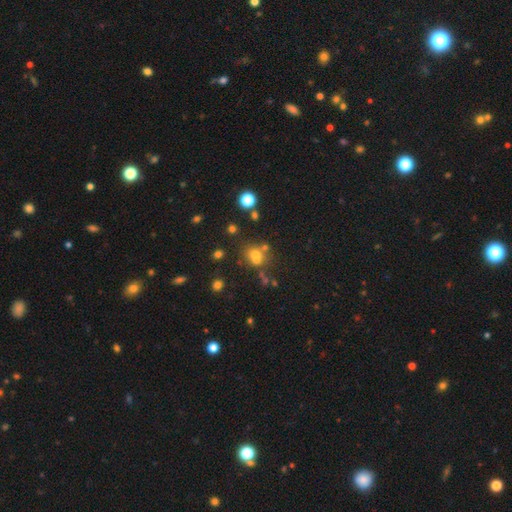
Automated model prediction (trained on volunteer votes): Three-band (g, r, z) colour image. It shows a smooth galaxy with no disk features (60%) that is round (68%). Merging: none (47%).